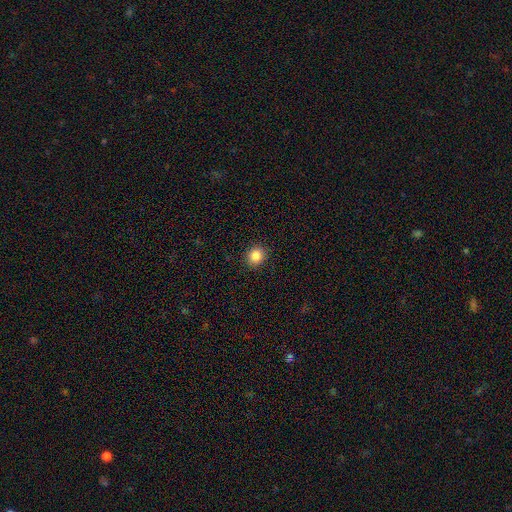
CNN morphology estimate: smooth 87%, star or artifact 10%, featured or disk 3%. Down the decision tree: how rounded — round (84%); merging — none (91%).